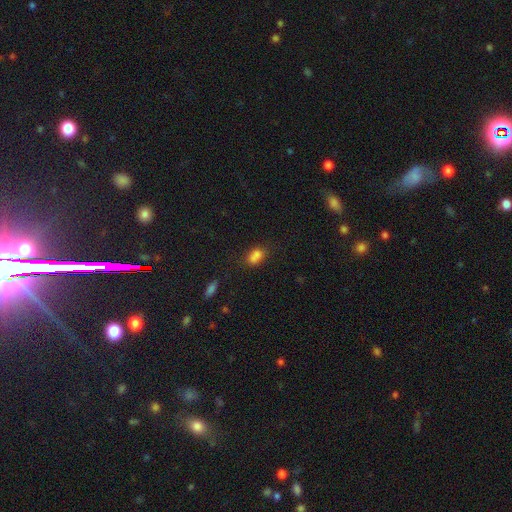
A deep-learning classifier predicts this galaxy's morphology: Smooth or featured? Predicted: smooth (p=0.77). How rounded? Predicted: in between (p=0.74). Merging? Predicted: none (p=0.48).